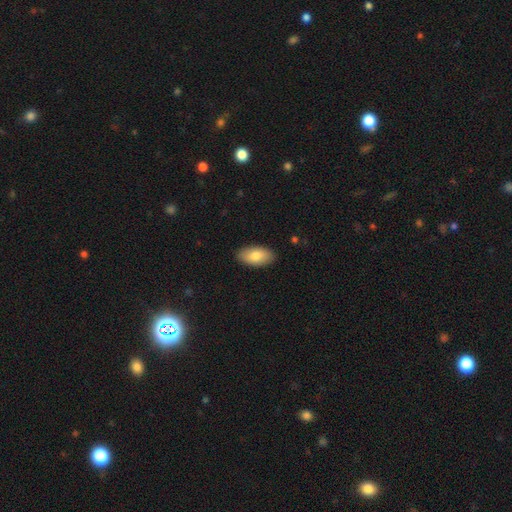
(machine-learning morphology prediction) This appears to be a smooth galaxy with no disk features (82%) that is in between round and cigar-shaped (94%). Merging: none (89%).